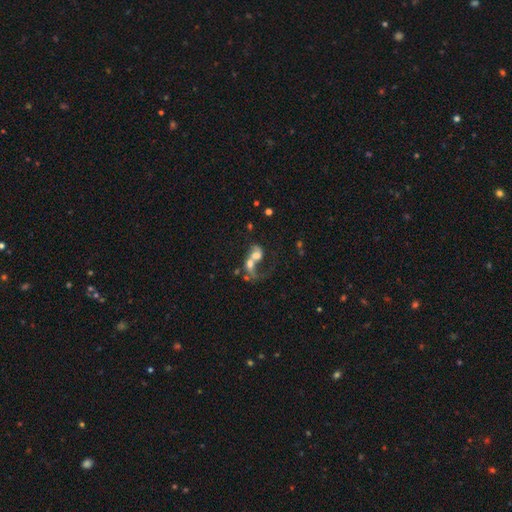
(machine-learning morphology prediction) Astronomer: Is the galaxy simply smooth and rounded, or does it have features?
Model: featured or disk — 52% (runner-up: smooth, 38%).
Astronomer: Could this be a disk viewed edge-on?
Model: no — 96%.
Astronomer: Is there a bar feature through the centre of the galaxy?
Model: no — 73%.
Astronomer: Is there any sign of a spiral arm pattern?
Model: yes — 61% (runner-up: no, 39%).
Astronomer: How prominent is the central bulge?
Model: moderate — 41% (runner-up: large, 28%).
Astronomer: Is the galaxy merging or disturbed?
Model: merger — 73%.